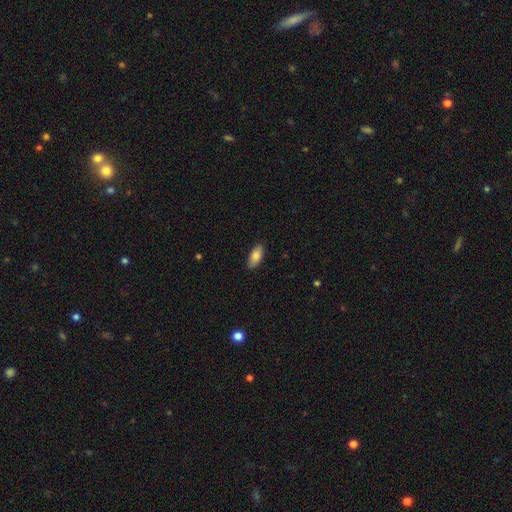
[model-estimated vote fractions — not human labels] Smooth or featured? Predicted: smooth (p=0.83). How rounded? Predicted: in between (p=0.86). Merging? Predicted: none (p=0.88).